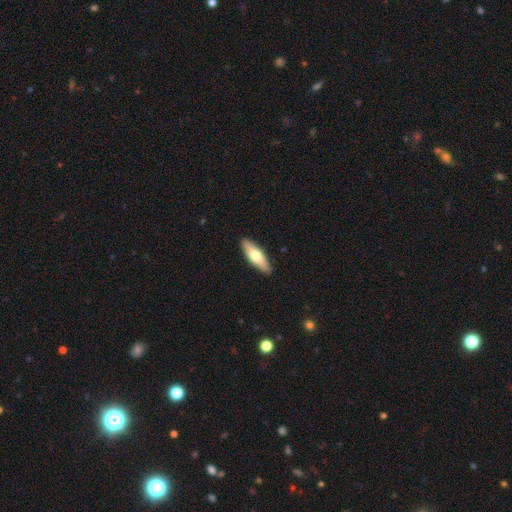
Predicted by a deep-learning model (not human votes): Smooth or featured? Predicted: smooth (p=0.60). How rounded? Predicted: in between (p=0.51). Merging? Predicted: none (p=0.90).